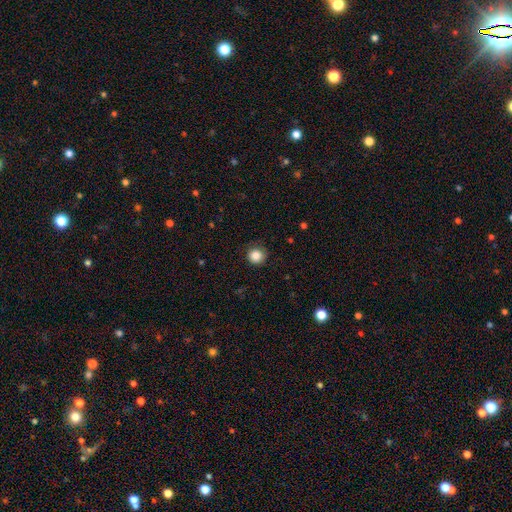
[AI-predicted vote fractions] Morphology: type=smooth (86%); roundness=round (93%); merging=none (82%).